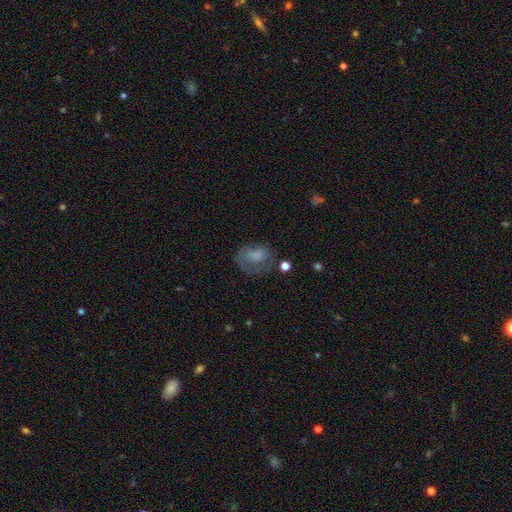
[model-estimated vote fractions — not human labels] This is likely a smooth galaxy (61%). How rounded: likely in between (63%). Merging: marginally none (43%).